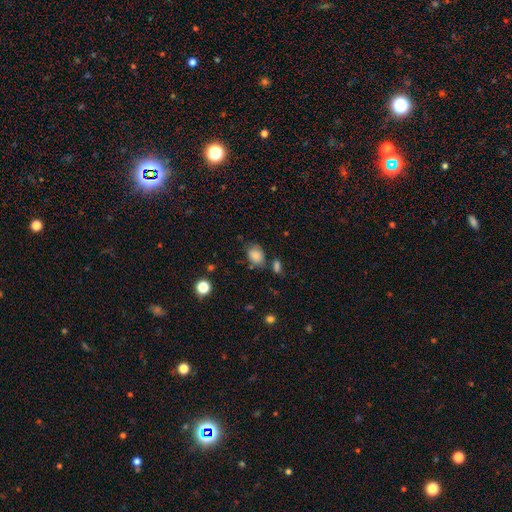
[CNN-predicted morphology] The model was most divided on "how rounded": in between: 68%, round: 31%, cigar-shaped: 1%. More confident: smooth or featured — smooth (83%); merging — none (66%).